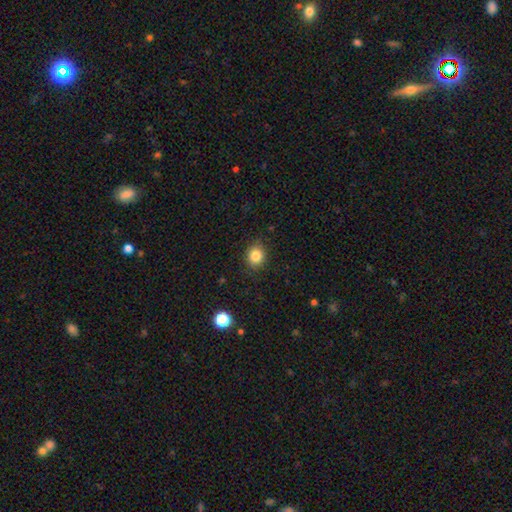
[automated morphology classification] type=smooth (84%); roundness=round (73%); merging=none (88%).